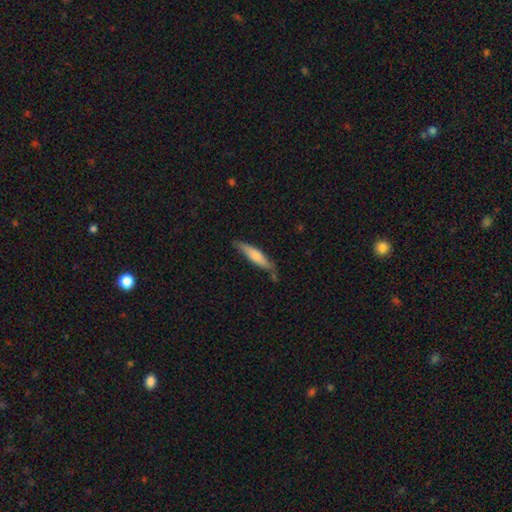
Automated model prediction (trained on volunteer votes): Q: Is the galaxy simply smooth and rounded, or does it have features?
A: smooth — 69%.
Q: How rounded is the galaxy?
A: cigar-shaped — 82%.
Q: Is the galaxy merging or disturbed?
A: none — 75%.